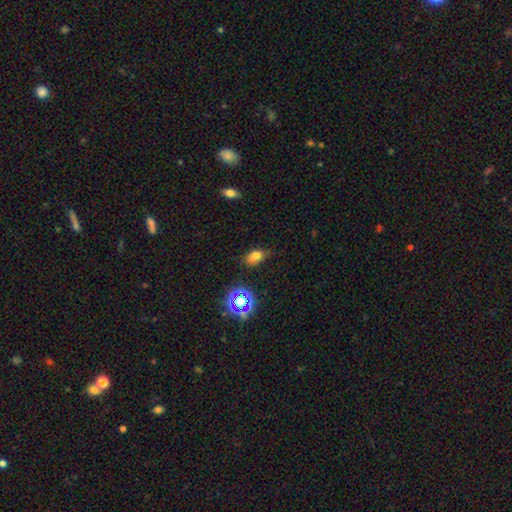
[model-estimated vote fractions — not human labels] Smooth or featured? Predicted: smooth (p=0.70). How rounded? Predicted: in between (p=0.83). Merging? Predicted: none (p=0.71).